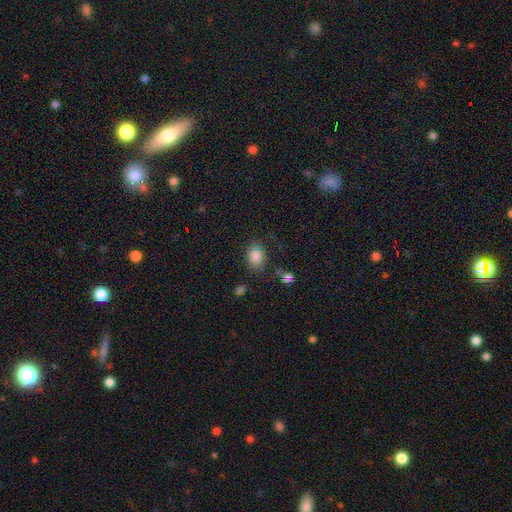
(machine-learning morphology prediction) This is likely a smooth galaxy (79%). How rounded: possibly in between (50%). Merging: likely none (76%).